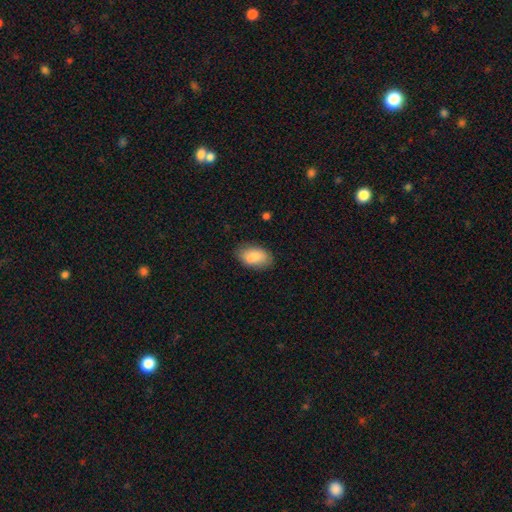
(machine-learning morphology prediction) A smooth galaxy with no disk features (85%) that is in between round and cigar-shaped (94%). Merging: none (78%).